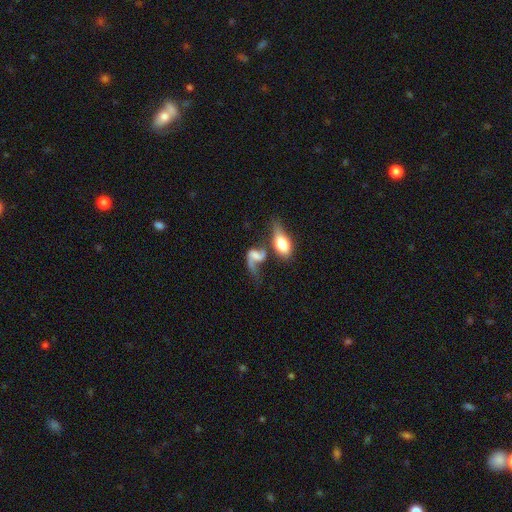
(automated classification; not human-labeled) smooth-or-featured: featured or disk: 68% | smooth: 24% | star or artifact: 9%
  disk-edge-on: no: 94% | yes: 6%
    bar: no: 48% | weak: 36% | strong: 16%
    has-spiral-arms: yes: 85% | no: 15%
      spiral-winding: loose: 81% | medium: 15% | tight: 4%
      spiral-arm-count: 2: 70% | 1: 24% | can't tell: 3% | 3: 1% | 4: 1% | more than 4: 1%
    bulge-size: none: 31% | small: 26% | moderate: 26% | large: 13% | dominant: 4%
  merging: merger: 37% | none: 27% | major disturbance: 22% | minor disturbance: 13%